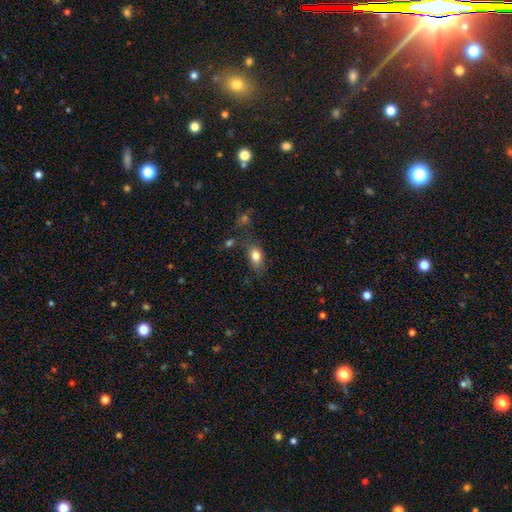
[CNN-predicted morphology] smooth-or-featured: smooth: 82% | featured or disk: 9% | star or artifact: 9%
  how-rounded: in between: 84% | round: 13% | cigar-shaped: 3%
  merging: none: 66% | minor disturbance: 21% | major disturbance: 7% | merger: 6%